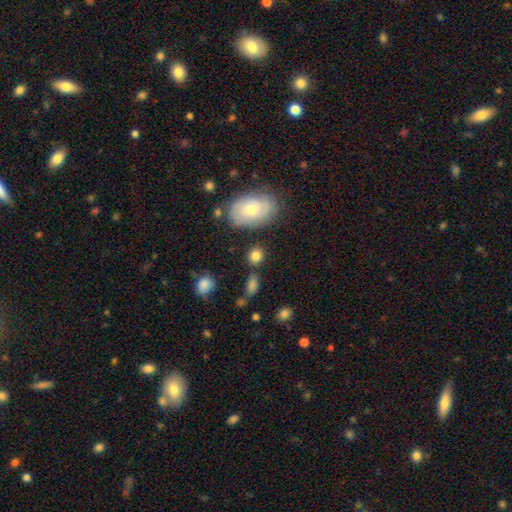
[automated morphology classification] Q: Smooth or featured?
A: smooth (80%); runner-up: star or artifact (10%)
Q: How rounded?
A: round (61%); runner-up: in between (37%)
Q: Merging?
A: none (76%); runner-up: minor disturbance (12%)